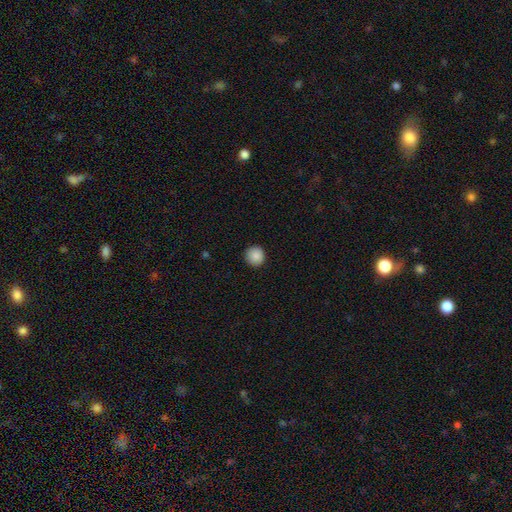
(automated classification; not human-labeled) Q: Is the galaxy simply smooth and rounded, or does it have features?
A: smooth — 89%.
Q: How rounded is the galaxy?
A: round — 94%.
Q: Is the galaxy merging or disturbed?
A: none — 92%.